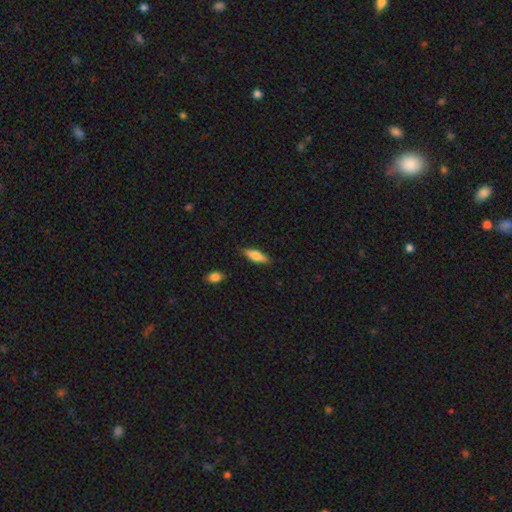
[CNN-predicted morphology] type=smooth (68%); roundness=cigar-shaped (52%); merging=none (83%).